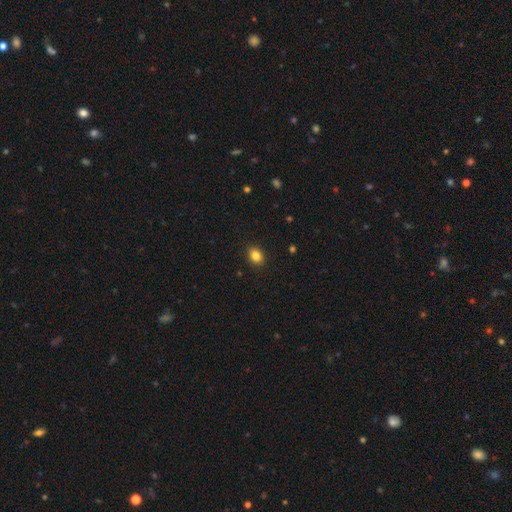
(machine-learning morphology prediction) A smooth galaxy with no disk features (84%) that is in between round and cigar-shaped (62%). Merging: none (90%).